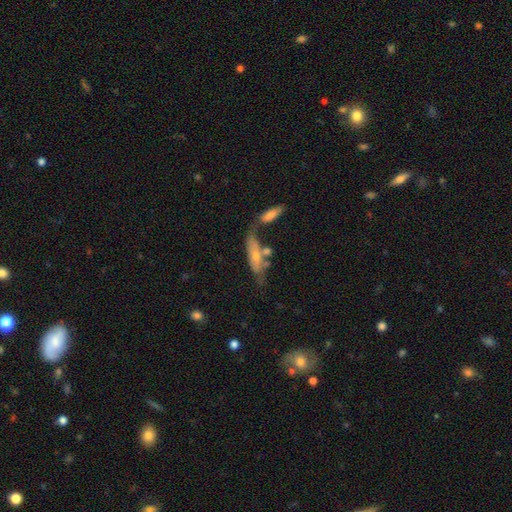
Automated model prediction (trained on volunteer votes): Morphology: type=featured or disk (47%); merging=none (43%).